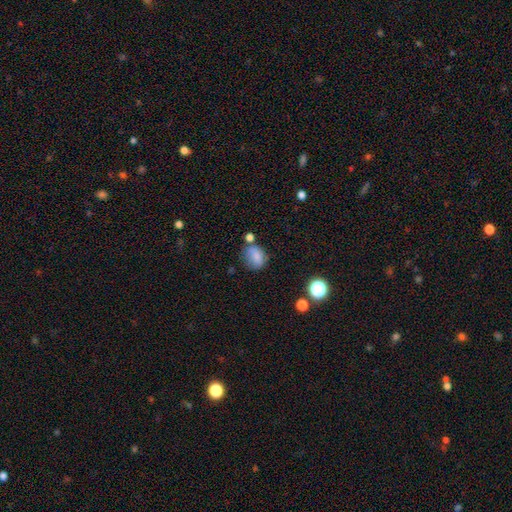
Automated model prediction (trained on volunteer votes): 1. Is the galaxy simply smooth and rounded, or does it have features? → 77% smooth, 12% star or artifact, 11% featured or disk.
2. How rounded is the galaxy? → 50% round, 49% in between, 1% cigar-shaped.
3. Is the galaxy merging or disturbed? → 55% none, 25% minor disturbance, 11% merger, 9% major disturbance.